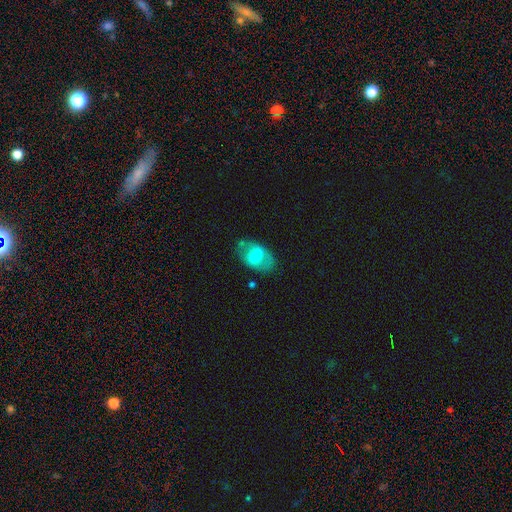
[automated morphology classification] This appears to be a smooth galaxy with no disk features (57%) that is in between round and cigar-shaped (87%). Merging: none (64%).